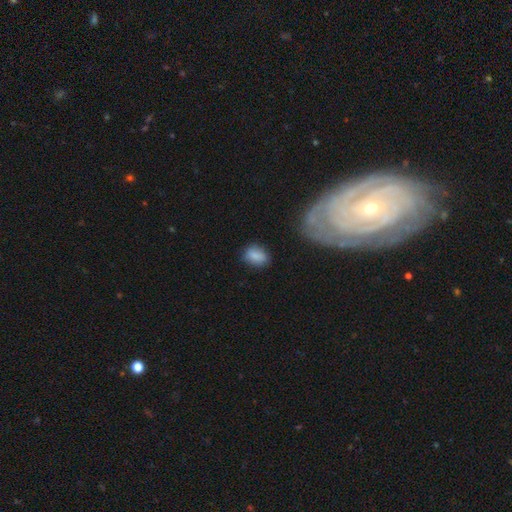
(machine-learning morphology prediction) Smooth or featured? Predicted: smooth (p=0.83). How rounded? Predicted: in between (p=0.74). Merging? Predicted: none (p=0.72).